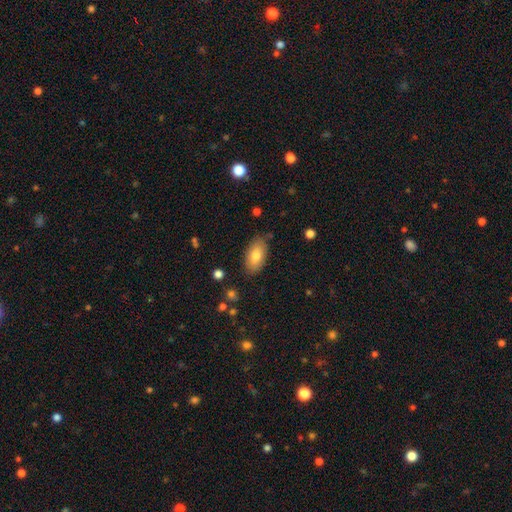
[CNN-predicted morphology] type=smooth (79%); roundness=in between (93%); merging=none (82%).